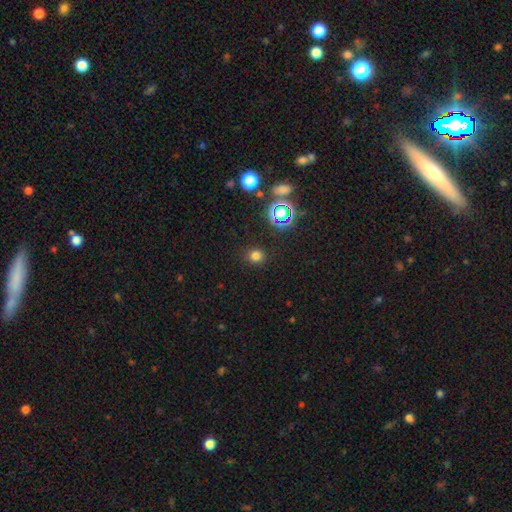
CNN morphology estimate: The model was most divided on "smooth or featured": smooth: 74%, star or artifact: 21%, featured or disk: 5%. More confident: merging — none (88%); how rounded — round (81%).